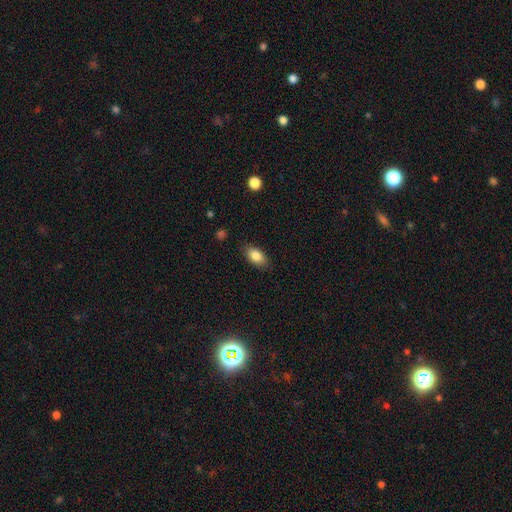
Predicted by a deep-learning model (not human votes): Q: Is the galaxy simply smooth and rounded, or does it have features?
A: smooth — 84%.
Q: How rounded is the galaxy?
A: in between — 90%.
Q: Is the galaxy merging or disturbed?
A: none — 86%.